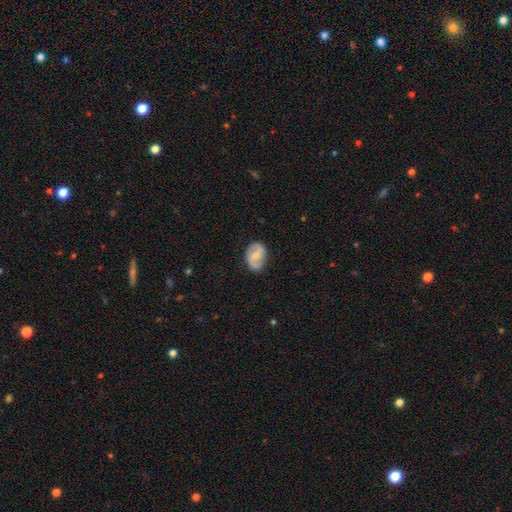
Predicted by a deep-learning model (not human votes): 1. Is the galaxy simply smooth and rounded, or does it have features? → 64% featured or disk, 30% smooth, 6% star or artifact.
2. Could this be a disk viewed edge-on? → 97% no, 3% yes.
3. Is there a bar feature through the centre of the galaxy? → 49% weak, 38% no, 13% strong.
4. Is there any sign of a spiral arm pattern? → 89% yes, 11% no.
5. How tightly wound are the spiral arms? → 47% medium, 29% loose, 25% tight.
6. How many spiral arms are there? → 87% 2, 7% can't tell, 4% 1, 1% 3, 1% 4, 1% more than 4.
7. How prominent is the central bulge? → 46% moderate, 41% small, 9% none, 3% large, 1% dominant.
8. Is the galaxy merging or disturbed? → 77% none, 18% minor disturbance, 4% major disturbance, 1% merger.